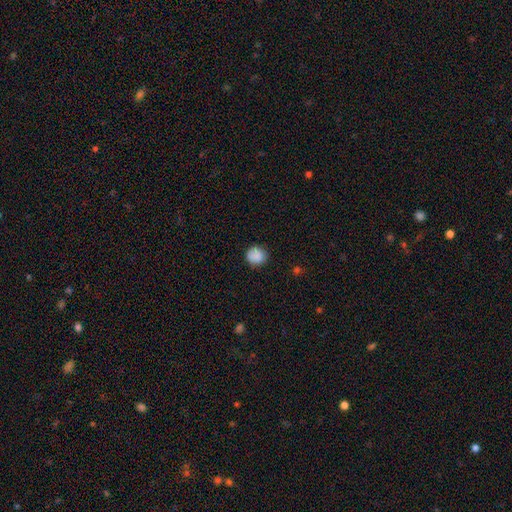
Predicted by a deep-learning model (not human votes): smooth_or_featured: smooth (p=0.87) [alt: star or artifact p=0.08]
how_rounded: round (p=0.89) [alt: in between p=0.10]
merging: none (p=0.83) [alt: minor disturbance p=0.12]